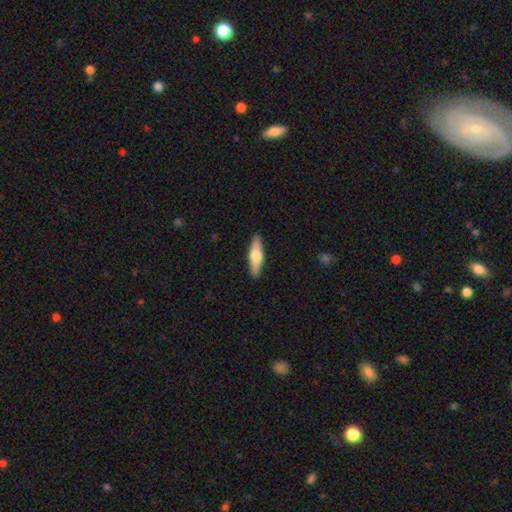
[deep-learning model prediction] Smooth or featured?
  - smooth: 51% *
  - featured or disk: 43%
  - star or artifact: 5%
How rounded?
  - cigar-shaped: 65% *
  - in between: 33%
  - round: 2%
Merging?
  - none: 90% *
  - minor disturbance: 7%
  - major disturbance: 2%
  - merger: 1%